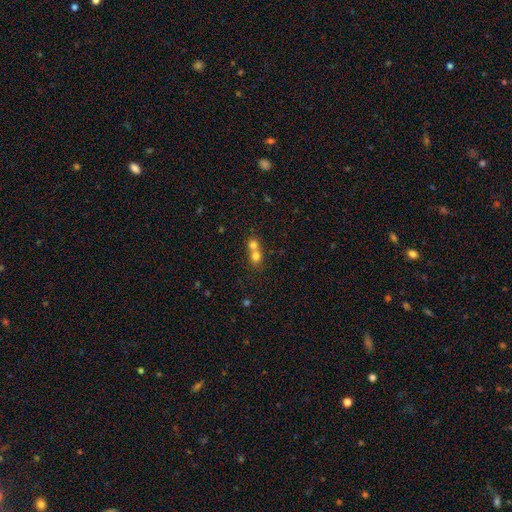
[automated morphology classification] Overall: smooth (74%). How rounded: round (77%). Merging: merger (68%).